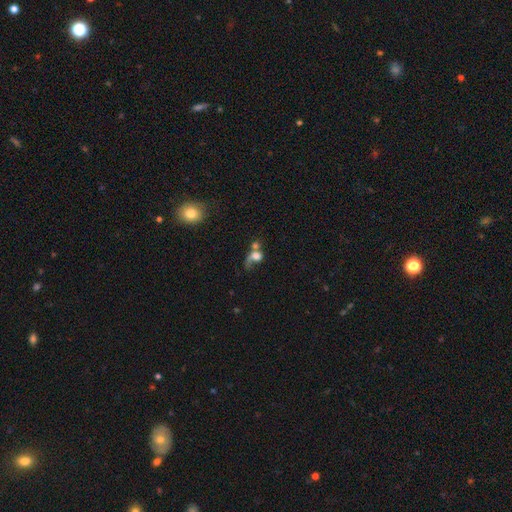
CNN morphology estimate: Q: Smooth or featured?
A: smooth (53%); runner-up: featured or disk (34%)
Q: How rounded?
A: round (51%); runner-up: in between (45%)
Q: Merging?
A: merger (43%); runner-up: major disturbance (28%)